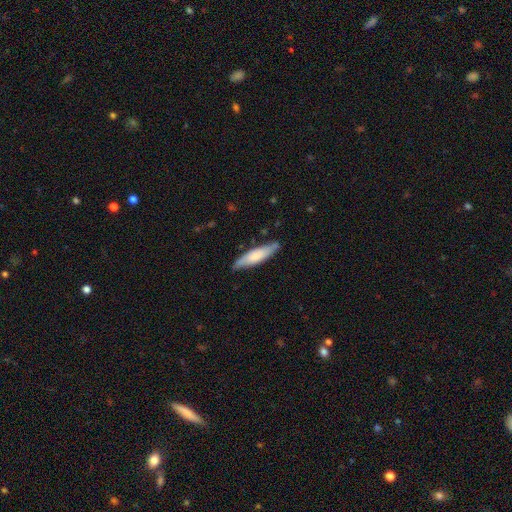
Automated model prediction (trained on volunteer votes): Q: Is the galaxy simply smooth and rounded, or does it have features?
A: smooth — 64%.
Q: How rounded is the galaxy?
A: cigar-shaped — 69%.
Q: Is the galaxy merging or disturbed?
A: none — 81%.